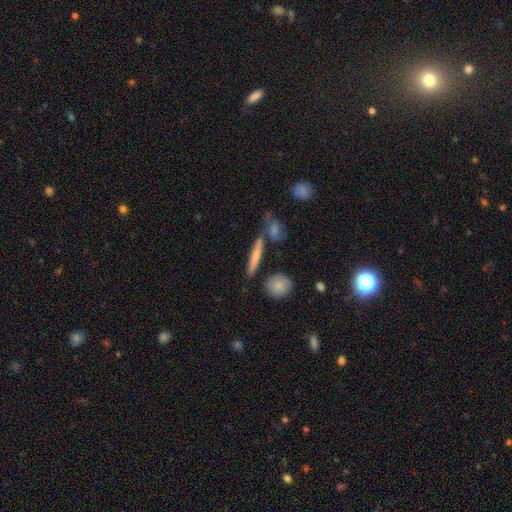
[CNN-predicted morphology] Smooth or featured?
  - smooth: 63% *
  - featured or disk: 30%
  - star or artifact: 8%
How rounded?
  - cigar-shaped: 83% *
  - in between: 12%
  - round: 5%
Merging?
  - none: 73% *
  - merger: 12%
  - minor disturbance: 11%
  - major disturbance: 4%